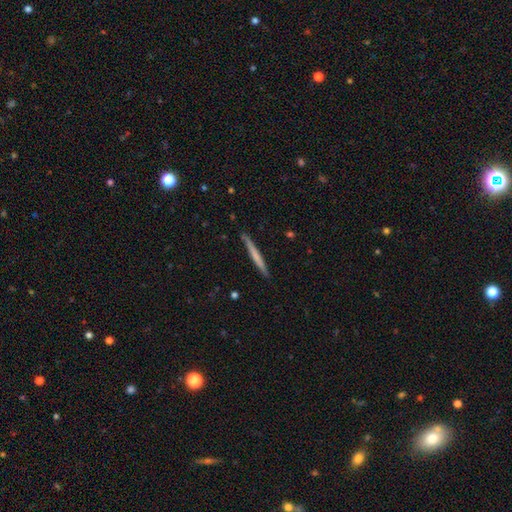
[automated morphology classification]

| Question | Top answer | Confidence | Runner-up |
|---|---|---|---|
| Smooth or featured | smooth | 54% | featured or disk (41%) |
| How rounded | cigar-shaped | 97% | in between (2%) |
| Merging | none | 90% | minor disturbance (8%) |